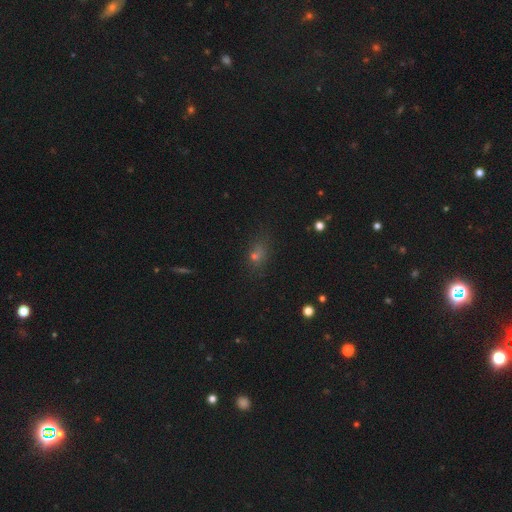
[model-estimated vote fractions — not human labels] Smooth or featured? smooth (61%)
How rounded? in between (62%)
Merging? none (71%)